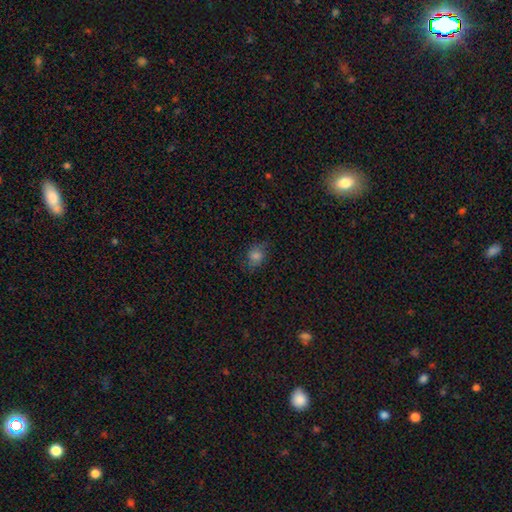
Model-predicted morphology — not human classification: smooth 66%, star or artifact 19%, featured or disk 14%. Down the decision tree: how rounded — in between (59%); merging — none (72%).